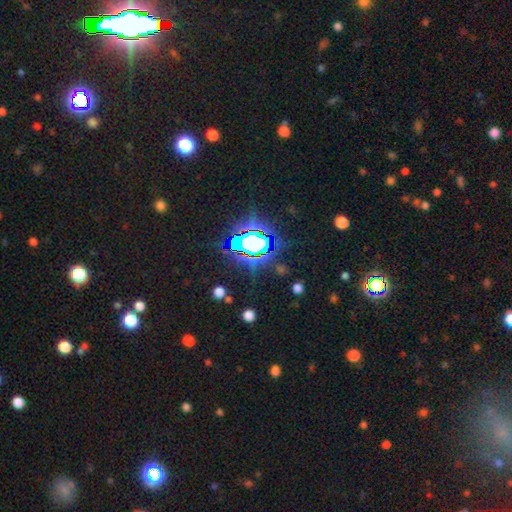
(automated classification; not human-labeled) smooth_or_featured: star or artifact (p=0.83) [alt: smooth p=0.10]